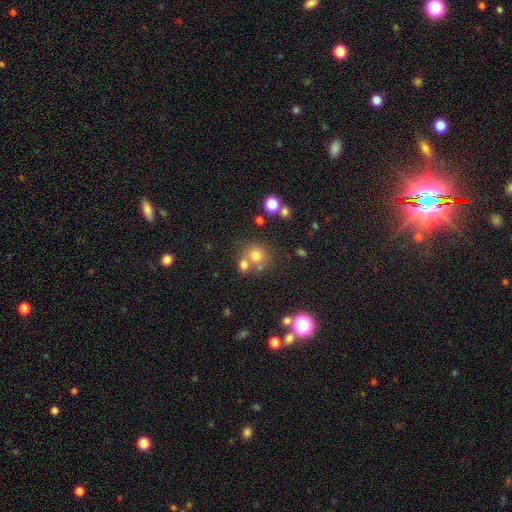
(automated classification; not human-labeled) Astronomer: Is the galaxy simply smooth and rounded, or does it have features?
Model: smooth — 72%.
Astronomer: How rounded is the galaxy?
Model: round — 82%.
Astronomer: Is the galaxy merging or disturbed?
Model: none — 56%.